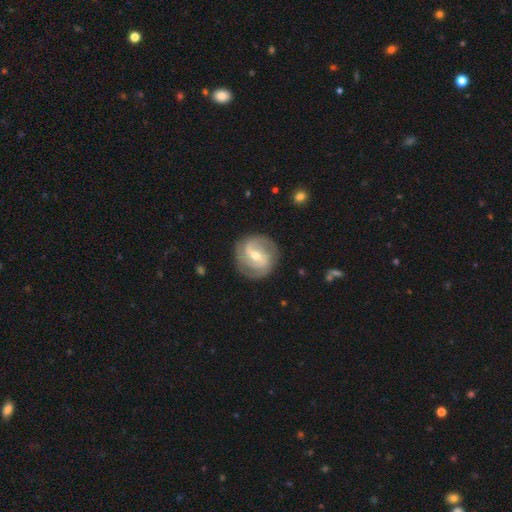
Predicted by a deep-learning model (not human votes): The model was most divided on "spiral winding": tight: 46%, medium: 41%, loose: 13%. Remaining: edge-on disk — no (97%); spiral arms — yes (93%); merging — none (83%); smooth or featured — featured or disk (82%); spiral arm count — 2 (65%); bulge size — moderate (57%); bar — weak (49%).